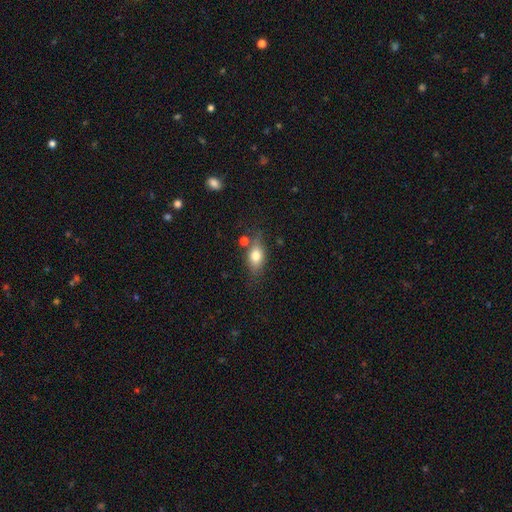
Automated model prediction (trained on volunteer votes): smooth-or-featured: smooth: 73% | featured or disk: 19% | star or artifact: 8%
  how-rounded: in between: 79% | round: 12% | cigar-shaped: 9%
  merging: none: 67% | minor disturbance: 19% | merger: 9% | major disturbance: 6%